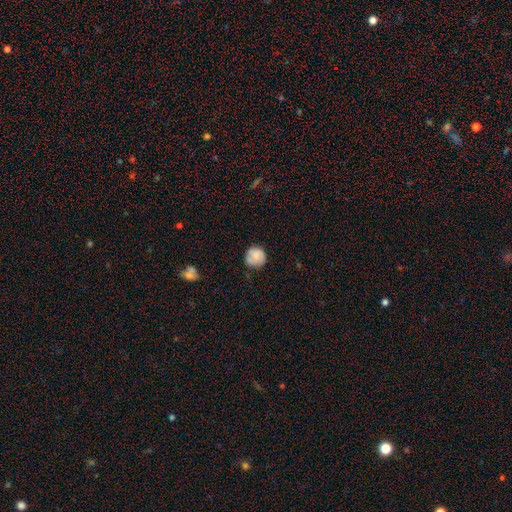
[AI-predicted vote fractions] Smooth or featured? Predicted: smooth (p=0.71). How rounded? Predicted: round (p=0.89). Merging? Predicted: none (p=0.73).